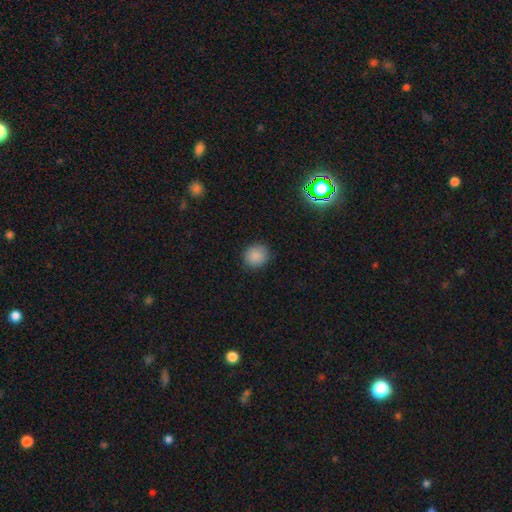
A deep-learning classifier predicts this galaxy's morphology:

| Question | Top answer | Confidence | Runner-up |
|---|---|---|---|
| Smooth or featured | smooth | 87% | star or artifact (10%) |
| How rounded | round | 84% | in between (15%) |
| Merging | none | 89% | minor disturbance (8%) |